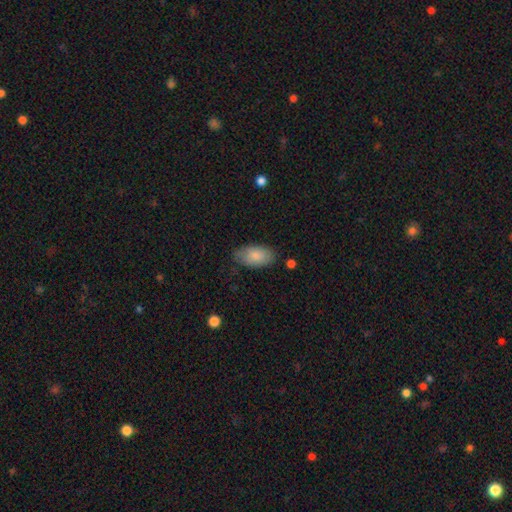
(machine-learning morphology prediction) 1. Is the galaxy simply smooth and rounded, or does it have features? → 83% smooth, 11% featured or disk, 6% star or artifact.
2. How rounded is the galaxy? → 94% in between, 4% round, 2% cigar-shaped.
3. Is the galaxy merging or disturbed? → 71% none, 22% minor disturbance, 5% major disturbance, 2% merger.